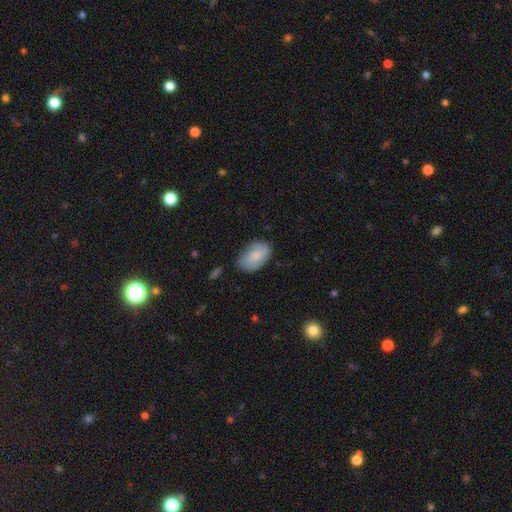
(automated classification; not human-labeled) Smooth or featured?
  - smooth: 77% *
  - featured or disk: 17%
  - star or artifact: 6%
How rounded?
  - in between: 90% *
  - round: 9%
  - cigar-shaped: 1%
Merging?
  - none: 66% *
  - minor disturbance: 26%
  - major disturbance: 6%
  - merger: 2%